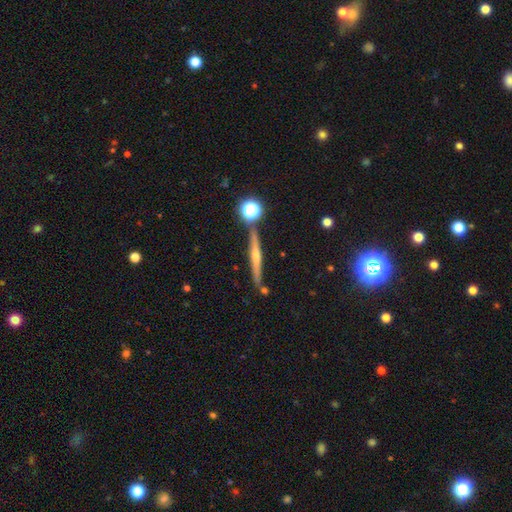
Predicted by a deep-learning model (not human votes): This appears to be a featured or disk galaxy (73%) viewed edge-on (97%) with a rounded central bulge (78%). Merging: none (84%).